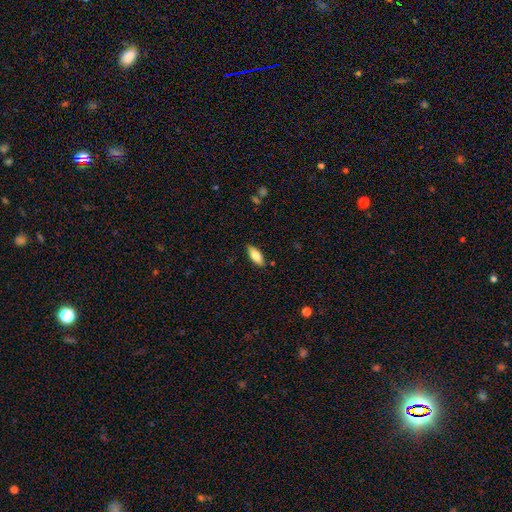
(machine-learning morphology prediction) type=smooth (77%); roundness=in between (77%); merging=none (86%).